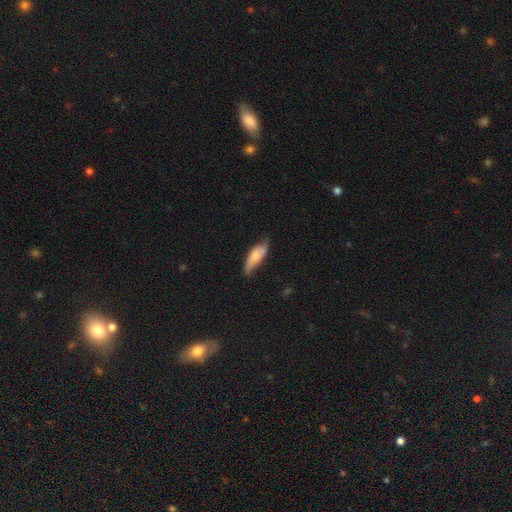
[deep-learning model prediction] A smooth galaxy with no disk features (70%) that is in between round and cigar-shaped (63%).

Vote fractions:
- Smooth or featured? smooth: 70% / featured or disk: 24% / star or artifact: 6%
- How rounded? in between: 63% / cigar-shaped: 35% / round: 2%
- Merging? none: 52% / minor disturbance: 37% / major disturbance: 9% / merger: 2%